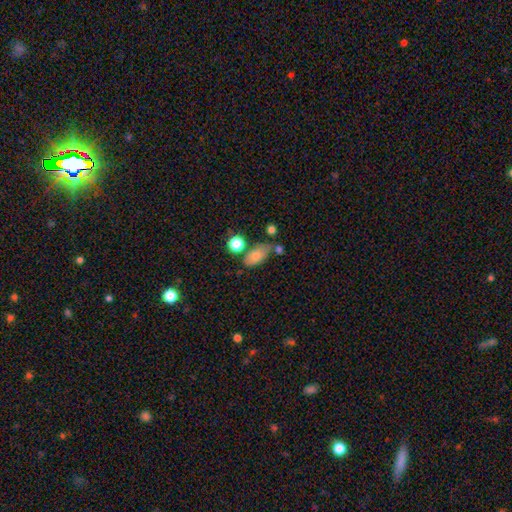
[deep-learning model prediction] This is likely a smooth galaxy (79%). How rounded: clearly in between (87%). Merging: possibly none (56%).